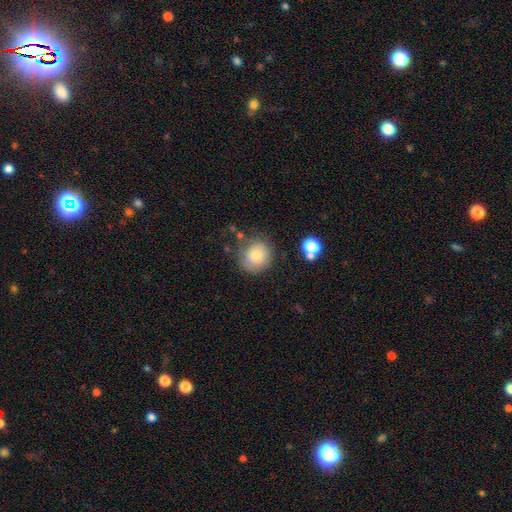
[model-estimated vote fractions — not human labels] Smooth or featured?
  - smooth: 77% *
  - featured or disk: 13%
  - star or artifact: 10%
How rounded?
  - round: 89% *
  - in between: 10%
  - cigar-shaped: 1%
Merging?
  - none: 73% *
  - minor disturbance: 16%
  - major disturbance: 6%
  - merger: 5%